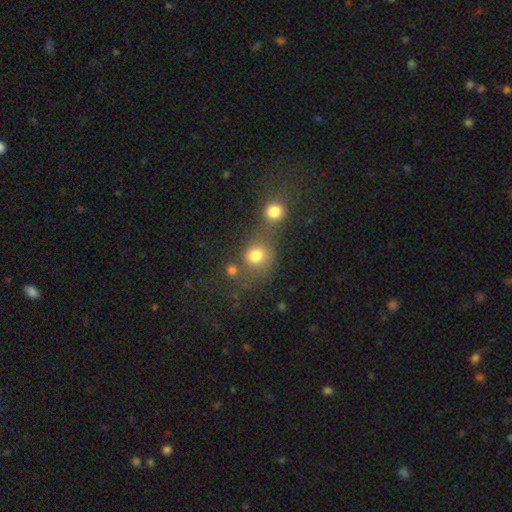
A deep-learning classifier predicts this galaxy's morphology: smooth-or-featured: smooth: 78% | star or artifact: 14% | featured or disk: 8%
  how-rounded: round: 80% | in between: 19% | cigar-shaped: 1%
  merging: none: 43% | merger: 42% | minor disturbance: 9% | major disturbance: 6%